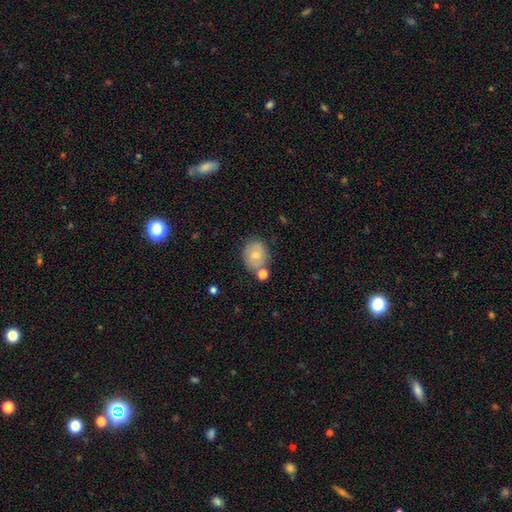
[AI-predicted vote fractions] A smooth galaxy with no disk features (72%) that is round (53%).

Vote fractions:
- Smooth or featured? smooth: 72% / featured or disk: 20% / star or artifact: 8%
- How rounded? round: 53% / in between: 46% / cigar-shaped: 1%
- Merging? none: 64% / minor disturbance: 16% / merger: 15% / major disturbance: 4%